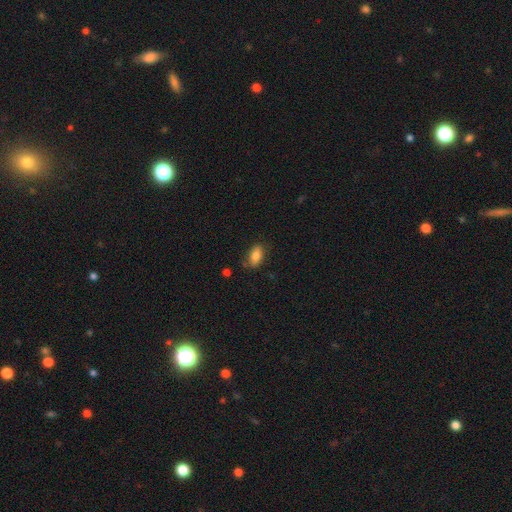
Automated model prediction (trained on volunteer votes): This appears to be a smooth galaxy with no disk features (84%) that is in between round and cigar-shaped (89%). Merging: none (76%).